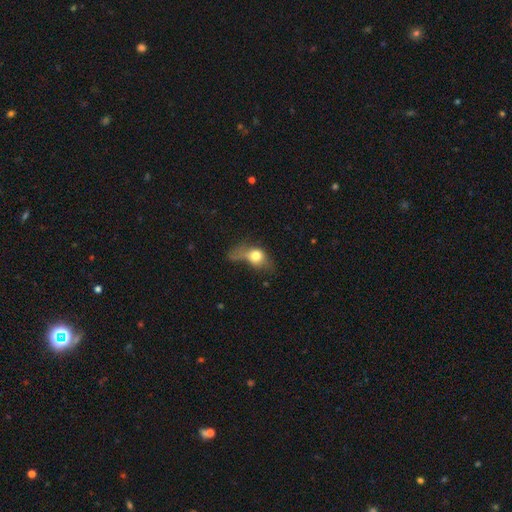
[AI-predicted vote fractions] Smooth or featured? Predicted: smooth (p=0.66). How rounded? Predicted: in between (p=0.55). Merging? Predicted: major disturbance (p=0.47).